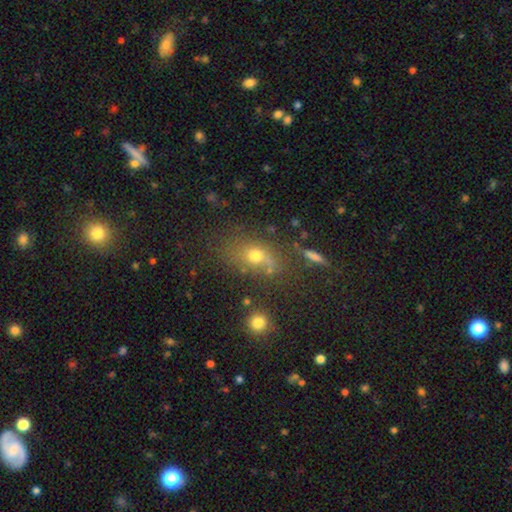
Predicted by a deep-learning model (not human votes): smooth-or-featured: smooth: 64% | star or artifact: 20% | featured or disk: 15%
  how-rounded: in between: 50% | round: 45% | cigar-shaped: 4%
  merging: none: 59% | minor disturbance: 17% | merger: 13% | major disturbance: 11%